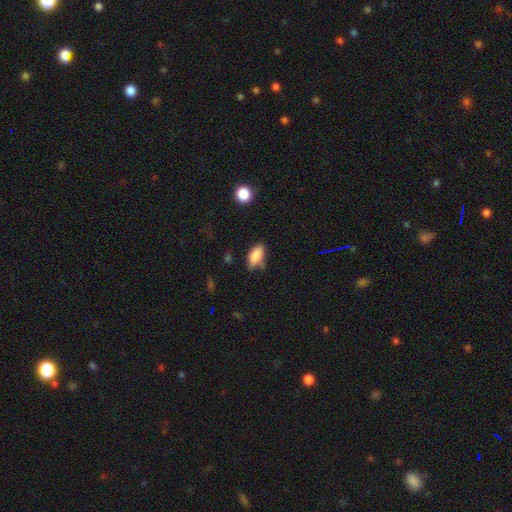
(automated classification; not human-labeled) The model was most divided on "merging": none: 64%, minor disturbance: 28%, major disturbance: 5%, merger: 3%. More confident: how rounded — in between (92%); smooth or featured — smooth (87%).